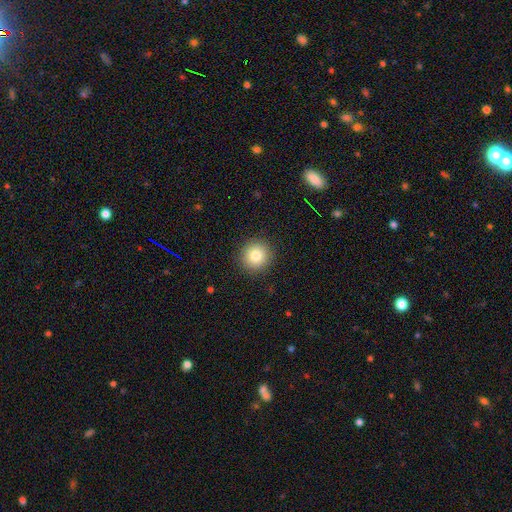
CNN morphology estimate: This appears to be a smooth galaxy with no disk features (82%) that is round (94%). Merging: none (91%).